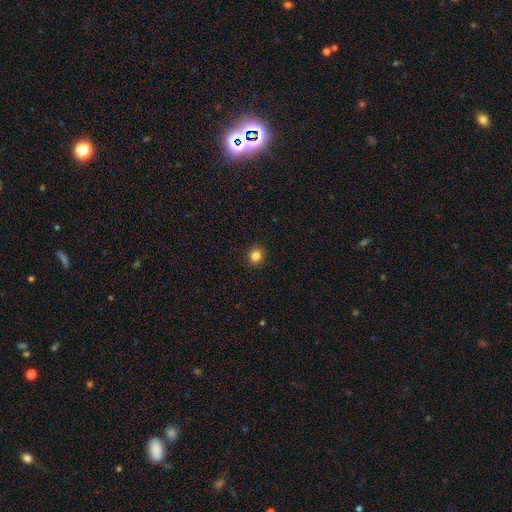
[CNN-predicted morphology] smooth 84%, star or artifact 12%, featured or disk 4%. Down the decision tree: how rounded — round (82%); merging — none (91%).